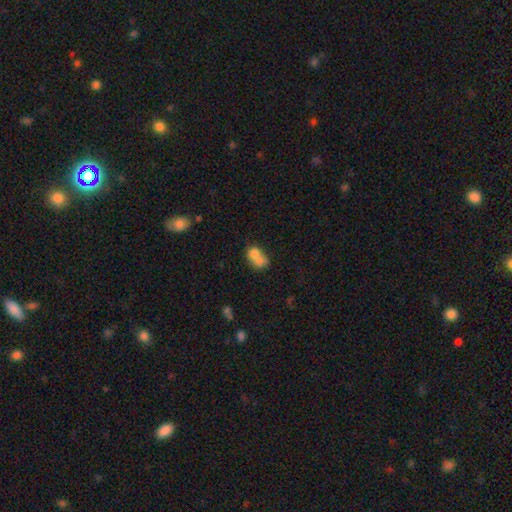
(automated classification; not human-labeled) Q: Smooth or featured?
A: smooth (71%); runner-up: featured or disk (19%)
Q: How rounded?
A: in between (50%); runner-up: round (49%)
Q: Merging?
A: merger (66%); runner-up: none (21%)